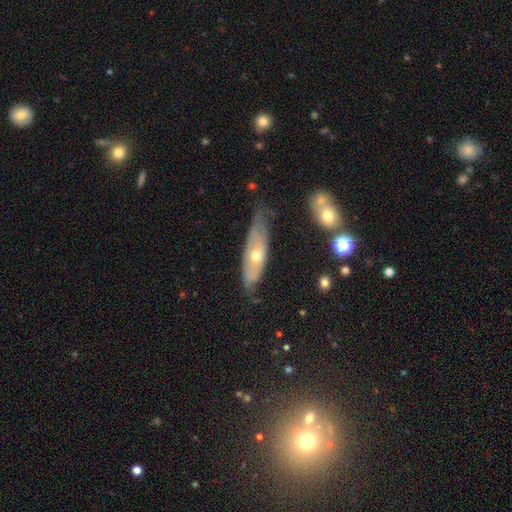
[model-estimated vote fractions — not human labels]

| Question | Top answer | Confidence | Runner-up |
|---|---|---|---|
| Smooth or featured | featured or disk | 57% | smooth (35%) |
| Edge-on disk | no | 58% | yes (42%) |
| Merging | none | 57% | minor disturbance (32%) |